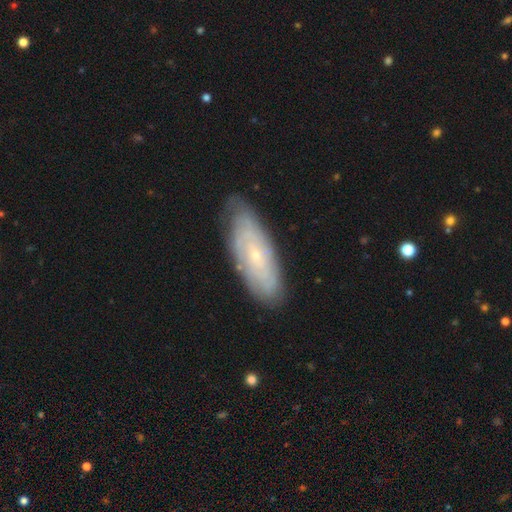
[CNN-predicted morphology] smooth-or-featured: featured or disk: 65% | smooth: 29% | star or artifact: 7%
  disk-edge-on: no: 85% | yes: 15%
    bar: no: 78% | weak: 18% | strong: 4%
    has-spiral-arms: yes: 79% | no: 21%
    bulge-size: small: 82% | moderate: 14% | none: 2% | large: 1% | dominant: 1%
  merging: none: 75% | minor disturbance: 19% | major disturbance: 4% | merger: 2%